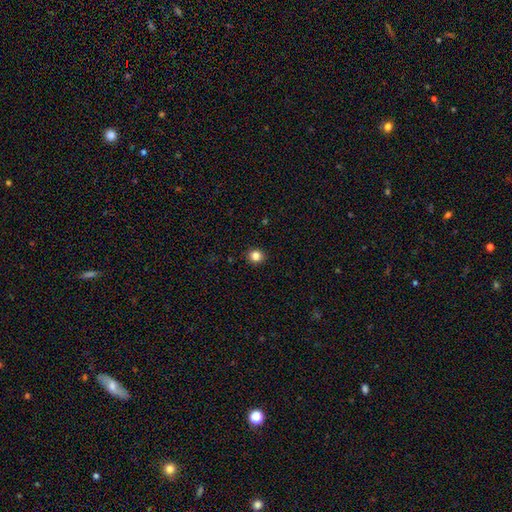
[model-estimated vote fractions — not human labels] smooth_or_featured: smooth (p=0.84) [alt: star or artifact p=0.12]
how_rounded: round (p=0.87) [alt: in between p=0.12]
merging: none (p=0.92) [alt: minor disturbance p=0.06]